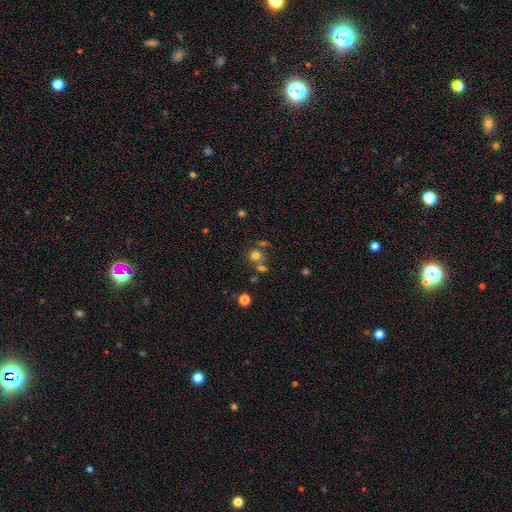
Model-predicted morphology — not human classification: This is likely a smooth galaxy (71%). How rounded: clearly round (84%). Merging: possibly none (56%).